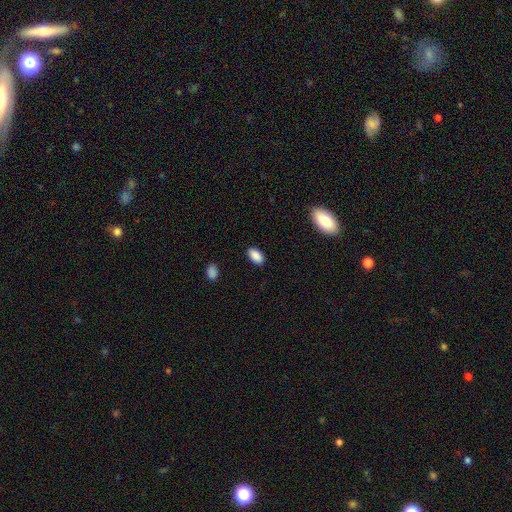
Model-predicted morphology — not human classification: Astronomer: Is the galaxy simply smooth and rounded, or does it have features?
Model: smooth — 89%.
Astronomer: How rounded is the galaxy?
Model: in between — 94%.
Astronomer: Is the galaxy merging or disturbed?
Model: none — 87%.